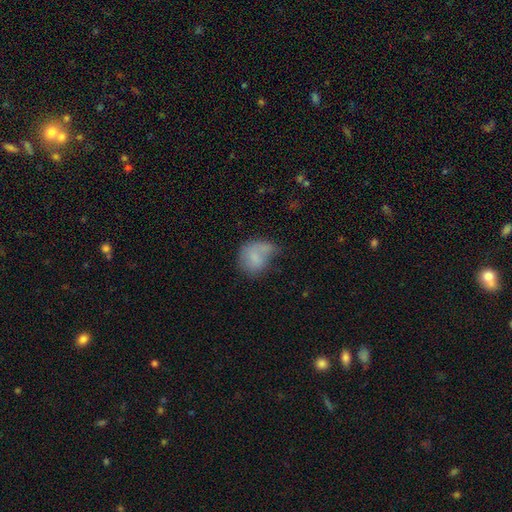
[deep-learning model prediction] Q: Smooth or featured?
A: smooth (71%); runner-up: featured or disk (20%)
Q: How rounded?
A: in between (52%); runner-up: round (47%)
Q: Merging?
A: minor disturbance (30%); runner-up: none (29%)